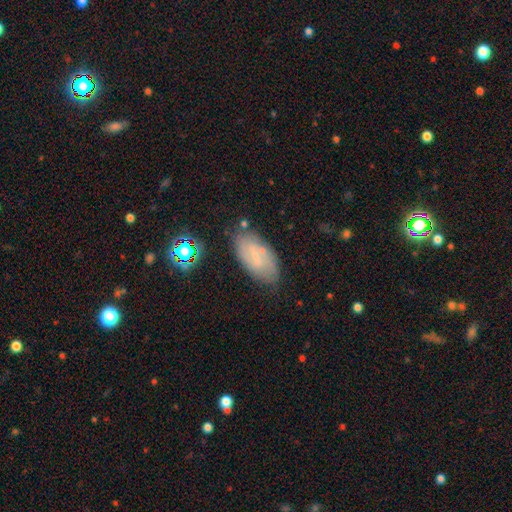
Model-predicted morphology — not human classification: This is possibly a featured or disk galaxy (47%). Merging: likely none (74%).